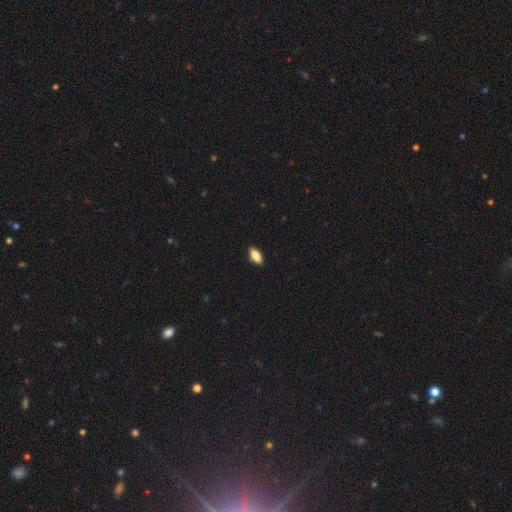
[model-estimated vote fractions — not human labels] Smooth or featured? Predicted: smooth (p=0.72). How rounded? Predicted: in between (p=0.83). Merging? Predicted: none (p=0.89).